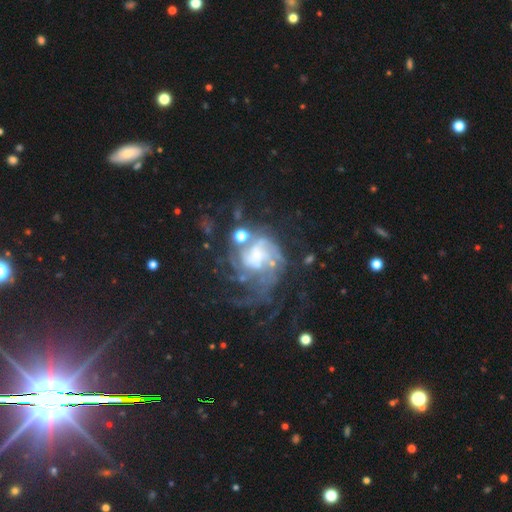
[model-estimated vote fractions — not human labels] The model was most divided on "spiral winding": medium: 39%, tight: 38%, loose: 23%. Remaining: edge-on disk — no (98%); spiral arms — yes (88%); smooth or featured — featured or disk (79%); bar — no (65%); merging — none (38%); spiral arm count — can't tell (36%); bulge size — small (29%).